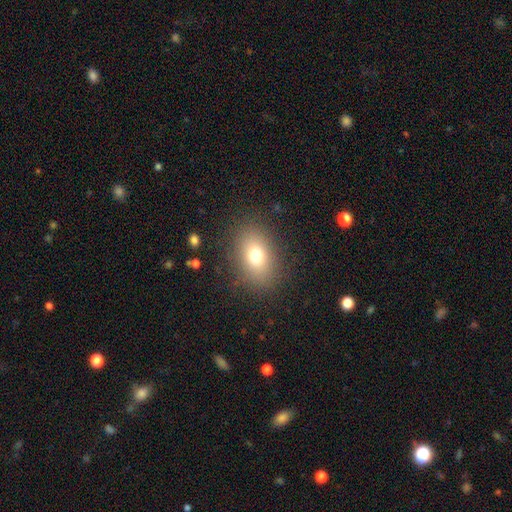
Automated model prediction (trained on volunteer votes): Overall: smooth (75%). How rounded: in between (76%). Merging: none (85%).